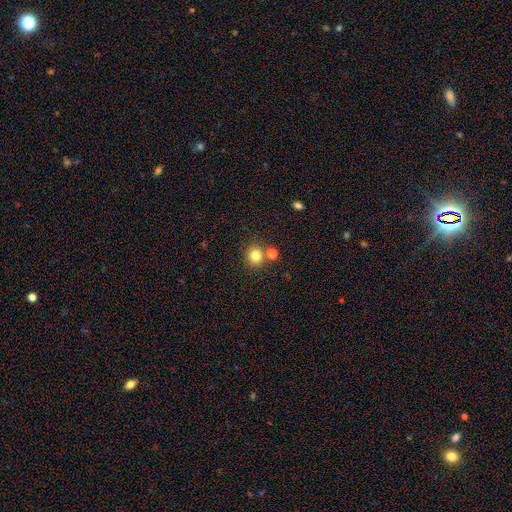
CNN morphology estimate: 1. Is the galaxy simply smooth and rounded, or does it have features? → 80% smooth, 13% star or artifact, 6% featured or disk.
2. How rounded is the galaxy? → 89% round, 10% in between, 1% cigar-shaped.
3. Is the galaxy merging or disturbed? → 74% none, 16% merger, 8% minor disturbance, 3% major disturbance.